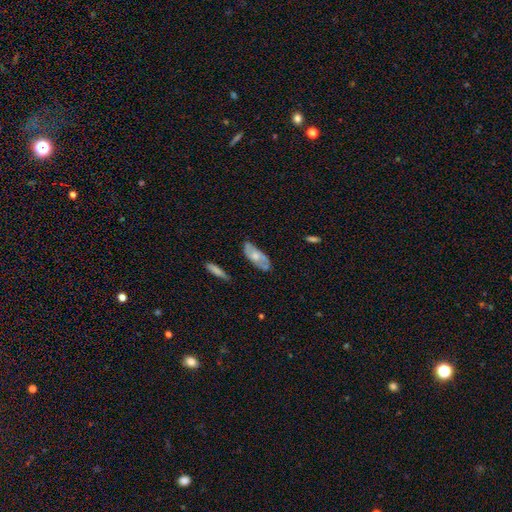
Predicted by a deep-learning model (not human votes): A featured or disk galaxy (47%, tied with smooth). Merging: none (70%).